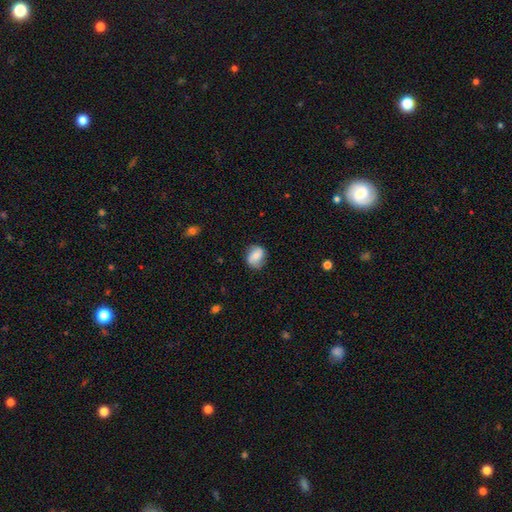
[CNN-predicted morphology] Smooth or featured? Predicted: smooth (p=0.64). How rounded? Predicted: round (p=0.58). Merging? Predicted: none (p=0.77).